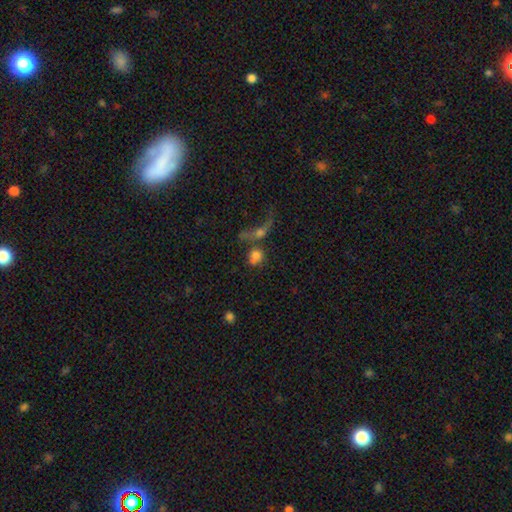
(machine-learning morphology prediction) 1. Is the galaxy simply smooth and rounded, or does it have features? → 69% smooth, 17% featured or disk, 14% star or artifact.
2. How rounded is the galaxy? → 60% round, 37% in between, 3% cigar-shaped.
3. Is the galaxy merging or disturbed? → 51% merger, 25% none, 15% major disturbance, 9% minor disturbance.